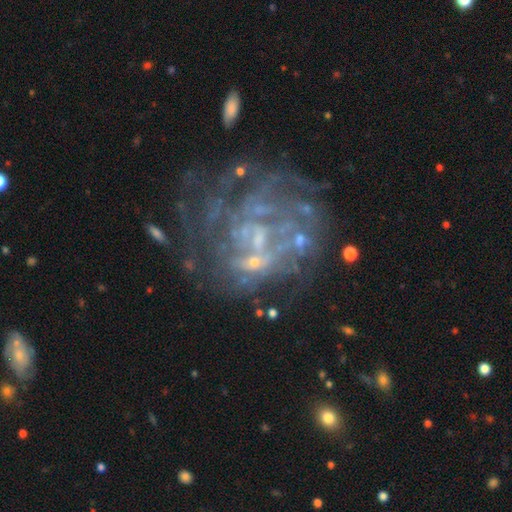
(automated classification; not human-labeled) smooth_or_featured: featured or disk (p=0.78) [alt: star or artifact p=0.13]
disk_edge_on: no (p=0.98) [alt: yes p=0.02]
bar: no (p=0.71) [alt: weak p=0.23]
has_spiral_arms: no (p=0.52) [alt: yes p=0.48]
bulge_size: none (p=0.49) [alt: small p=0.36]
merging: none (p=0.43) [alt: major disturbance p=0.30]